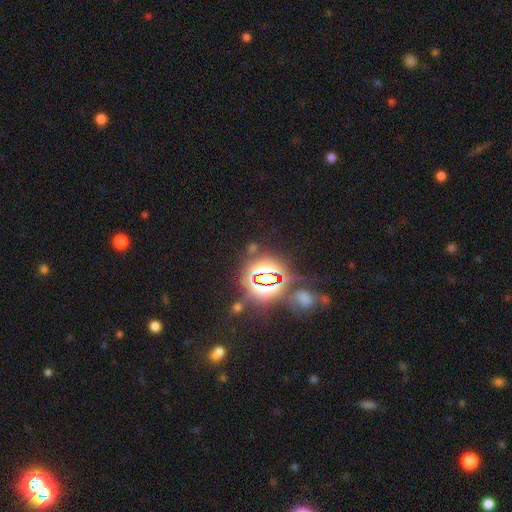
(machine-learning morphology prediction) The model was most divided on "smooth or featured": star or artifact: 80%, smooth: 11%, featured or disk: 9%.